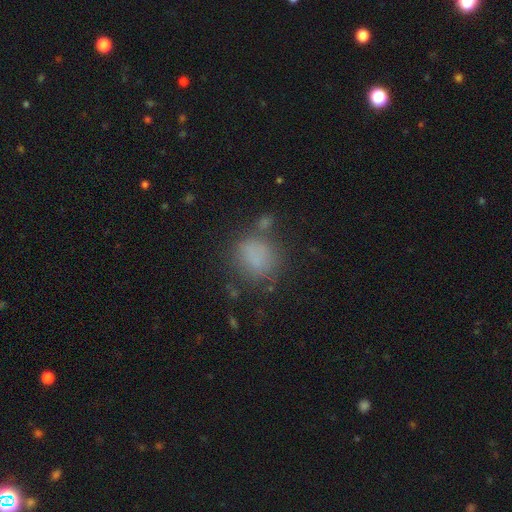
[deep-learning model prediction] Smooth or featured? smooth (74%)
How rounded? round (62%)
Merging? none (59%)